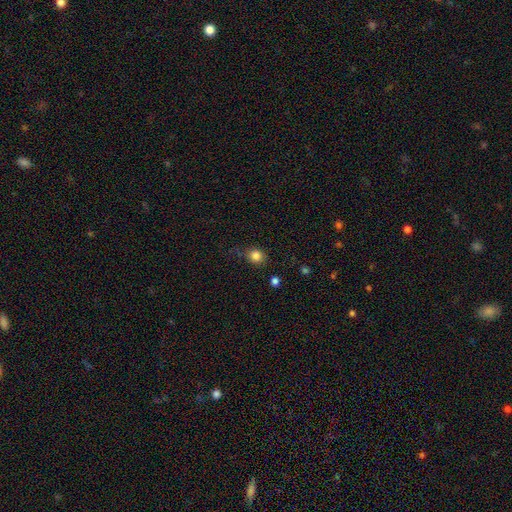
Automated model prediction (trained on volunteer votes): This is clearly a smooth galaxy (84%). How rounded: likely round (76%). Merging: likely none (76%).